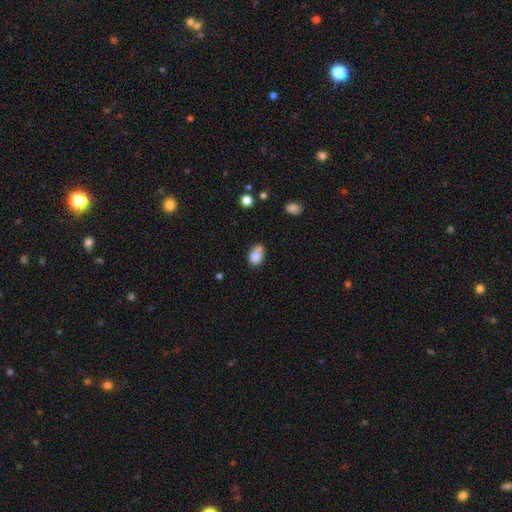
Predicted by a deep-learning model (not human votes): Smooth or featured: smooth — 82% (star or artifact — 9%)
How rounded: in between — 80% (round — 19%)
Merging: none — 47% (minor disturbance — 28%)